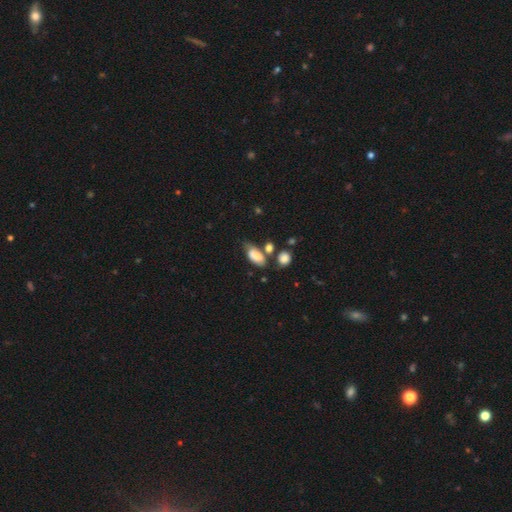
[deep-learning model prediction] Overall: smooth (79%). How rounded: in between (88%). Merging: none (45%; minor disturbance 26%).